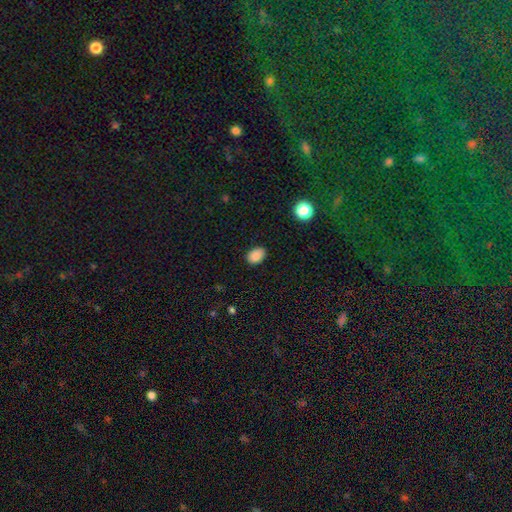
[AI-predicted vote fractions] Morphology: type=smooth (87%); roundness=in between (79%); merging=none (85%).